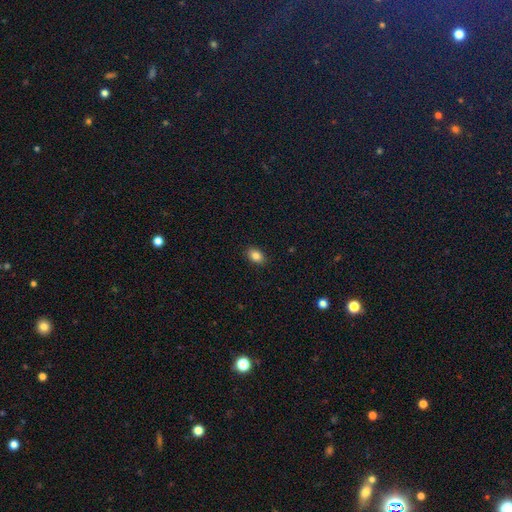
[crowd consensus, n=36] Volunteers were most divided on "how rounded": in between: 76%, round: 21%, cigar-shaped: 3%. More confident: smooth or featured — smooth (94%); merging — none (83%).